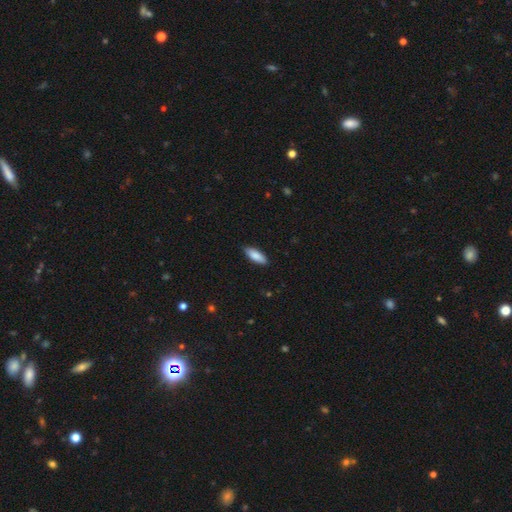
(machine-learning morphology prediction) A smooth galaxy with no disk features (86%) that is in between round and cigar-shaped (70%). Merging: none (88%).